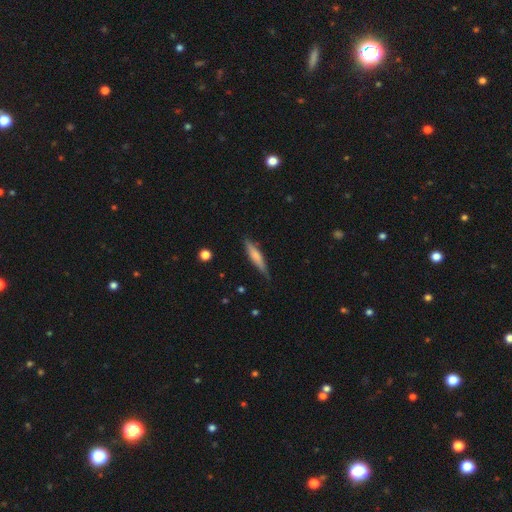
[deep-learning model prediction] smooth-or-featured: smooth: 61% | featured or disk: 33% | star or artifact: 6%
  how-rounded: cigar-shaped: 86% | in between: 13% | round: 2%
  merging: none: 78% | minor disturbance: 18% | major disturbance: 3% | merger: 1%